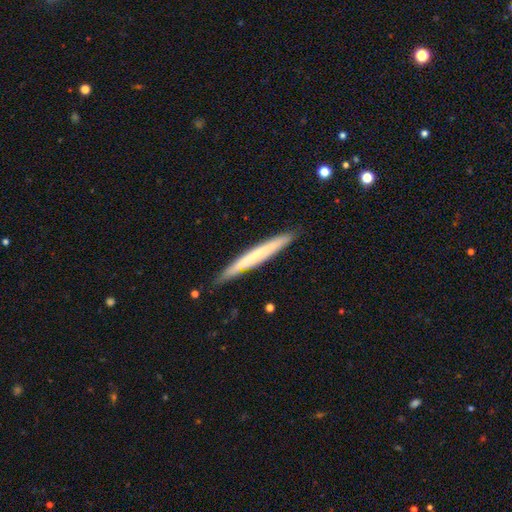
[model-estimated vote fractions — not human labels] smooth_or_featured: smooth (p=0.53) [alt: featured or disk p=0.41]
how_rounded: cigar-shaped (p=0.97) [alt: in between p=0.02]
merging: none (p=0.87) [alt: minor disturbance p=0.10]